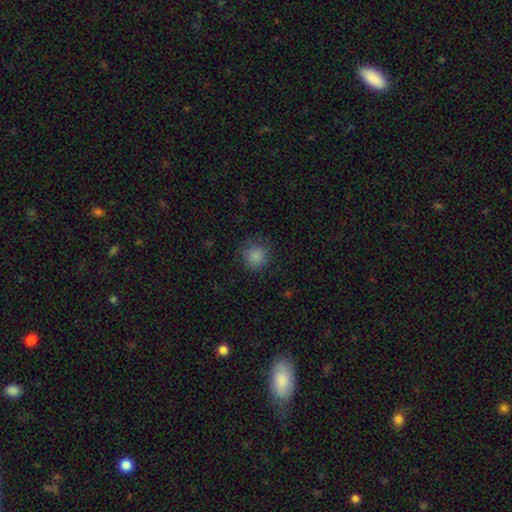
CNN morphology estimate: smooth-or-featured: smooth: 86% | star or artifact: 10% | featured or disk: 4%
  how-rounded: round: 92% | in between: 7% | cigar-shaped: 1%
  merging: none: 81% | minor disturbance: 13% | major disturbance: 5% | merger: 1%